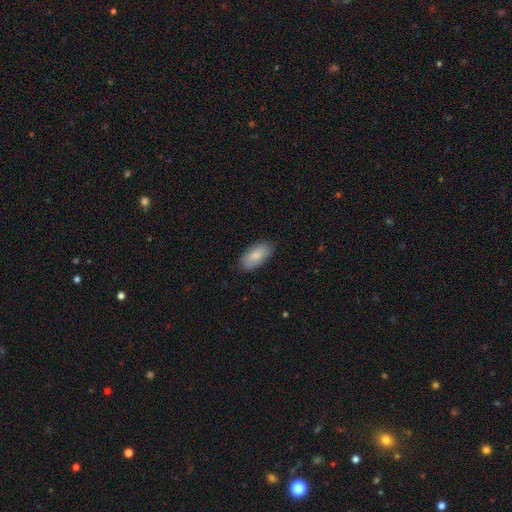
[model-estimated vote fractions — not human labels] smooth 84%, featured or disk 10%, star or artifact 6%. Down the decision tree: how rounded — in between (91%); merging — none (83%).